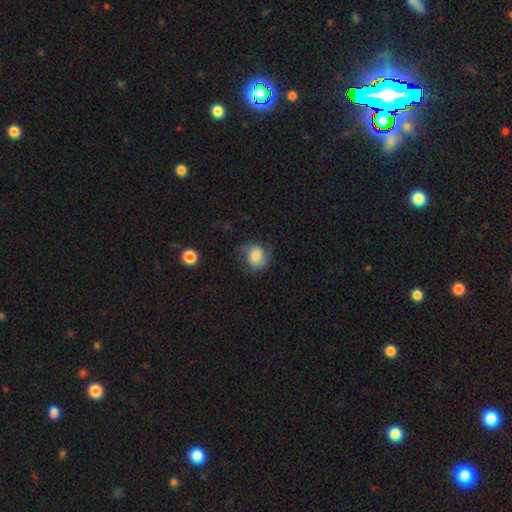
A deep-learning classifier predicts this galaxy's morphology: The model was most divided on "merging": none: 59%, minor disturbance: 25%, major disturbance: 14%, merger: 2%. More confident: how rounded — round (67%); smooth or featured — smooth (63%).